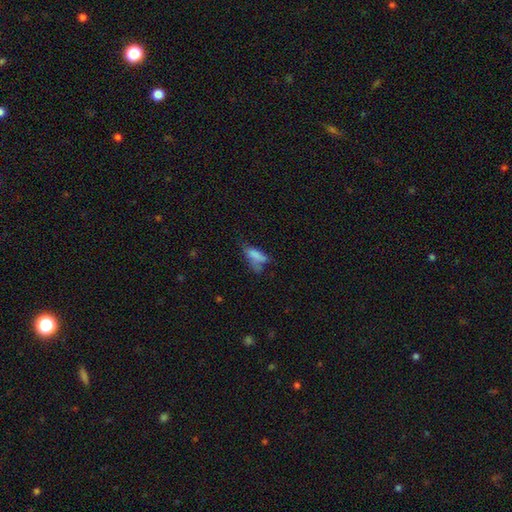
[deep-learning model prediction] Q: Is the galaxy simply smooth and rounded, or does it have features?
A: smooth — 67%.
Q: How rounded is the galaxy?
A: in between — 68%.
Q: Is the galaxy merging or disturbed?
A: none — 32%.